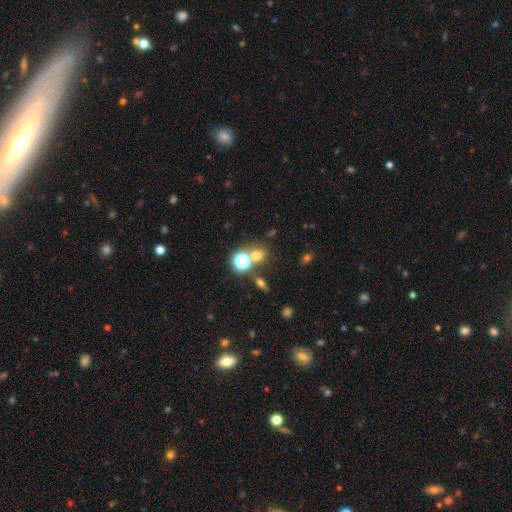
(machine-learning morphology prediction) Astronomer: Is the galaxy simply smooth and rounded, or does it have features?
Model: smooth — 62%.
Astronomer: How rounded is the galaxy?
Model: round — 76%.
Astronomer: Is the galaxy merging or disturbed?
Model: none — 62%.